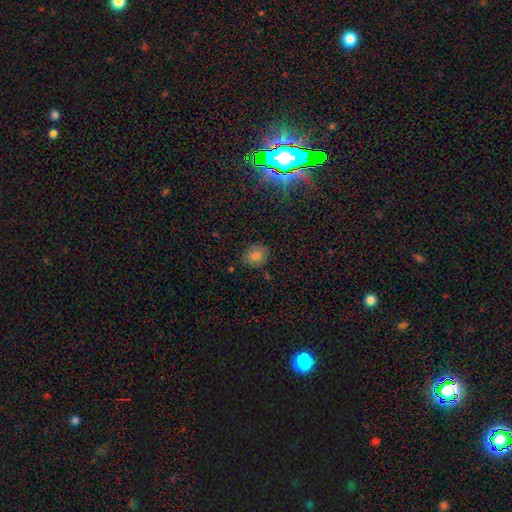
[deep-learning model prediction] Overall: smooth (73%). How rounded: round (65%; in between 34%). Merging: none (82%).